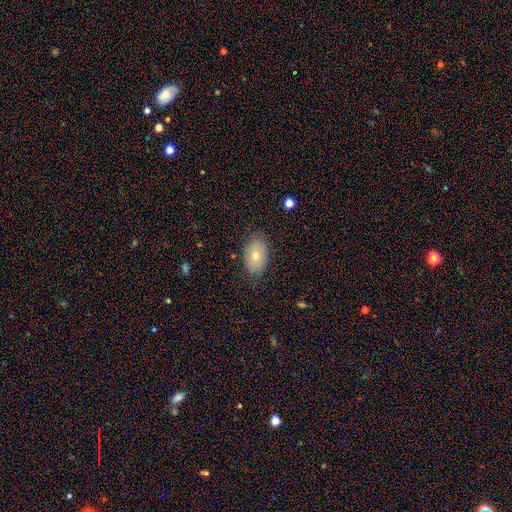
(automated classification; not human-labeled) Overall: smooth (69%). How rounded: in between (88%). Merging: none (82%).